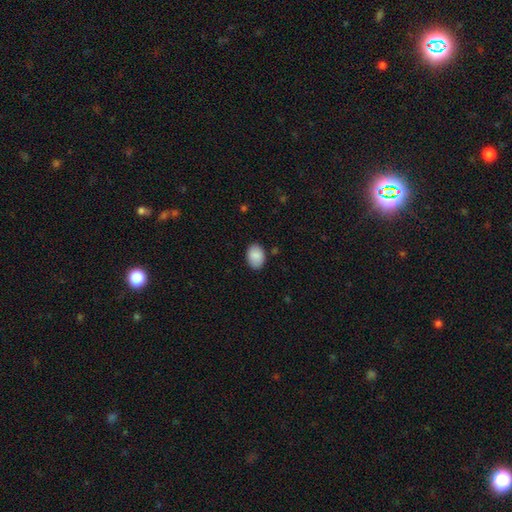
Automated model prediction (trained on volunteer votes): Smooth or featured? smooth (89%)
How rounded? in between (78%)
Merging? none (85%)